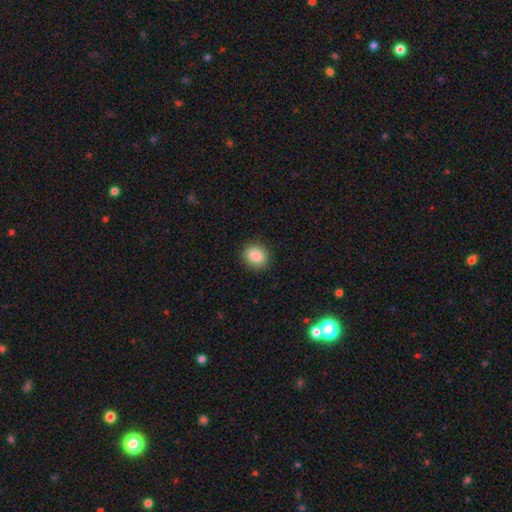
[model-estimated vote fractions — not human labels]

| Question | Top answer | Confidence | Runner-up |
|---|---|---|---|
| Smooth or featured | smooth | 88% | star or artifact (8%) |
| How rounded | round | 65% | in between (34%) |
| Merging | none | 89% | minor disturbance (7%) |